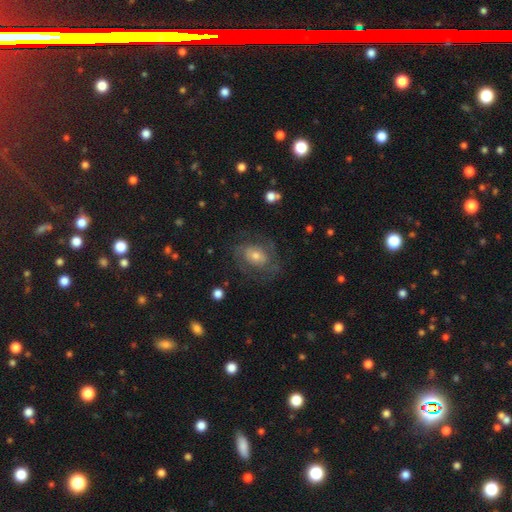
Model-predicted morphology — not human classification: smooth-or-featured: featured or disk: 61% | smooth: 28% | star or artifact: 11%
  disk-edge-on: no: 96% | yes: 4%
    bar: no: 66% | weak: 26% | strong: 7%
    has-spiral-arms: yes: 75% | no: 25%
    bulge-size: moderate: 49% | small: 40% | large: 8% | none: 2% | dominant: 2%
  merging: none: 67% | minor disturbance: 17% | major disturbance: 15% | merger: 1%